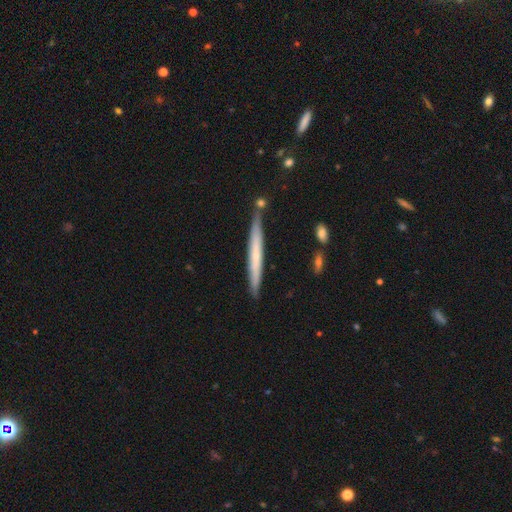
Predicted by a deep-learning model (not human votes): The model was most divided on "smooth or featured": featured or disk: 48%, smooth: 46%, star or artifact: 6%. More confident: merging — none (81%).